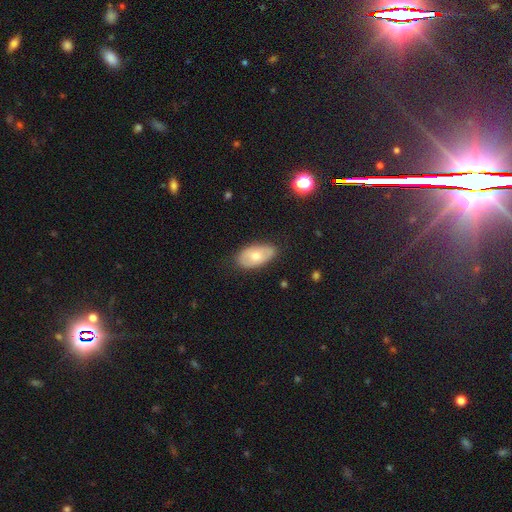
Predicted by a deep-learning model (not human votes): Smooth or featured?
  - smooth: 59% *
  - featured or disk: 33%
  - star or artifact: 8%
How rounded?
  - in between: 93% *
  - round: 5%
  - cigar-shaped: 2%
Merging?
  - none: 79% *
  - minor disturbance: 17%
  - major disturbance: 3%
  - merger: 1%